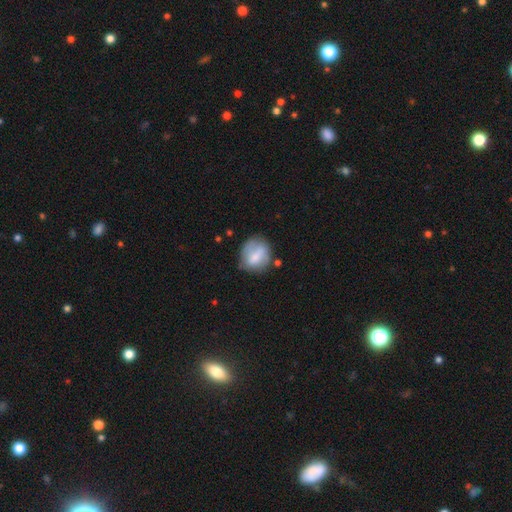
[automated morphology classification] Smooth or featured? Predicted: smooth (p=0.67). How rounded? Predicted: round (p=0.68). Merging? Predicted: none (p=0.59).